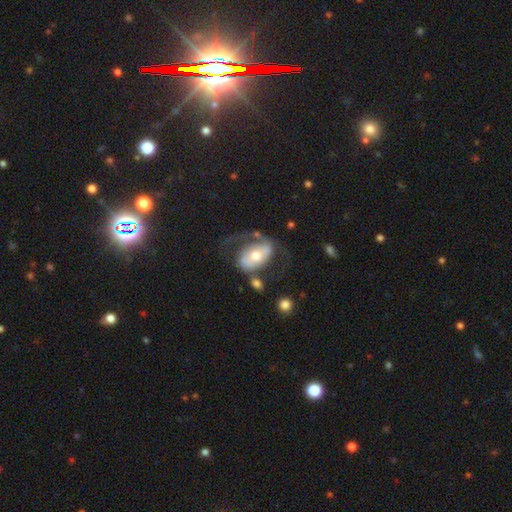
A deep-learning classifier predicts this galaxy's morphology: This is likely a featured or disk galaxy (67%). It is clearly not viewed edge-on (94%). Bar: marginally no (40%). Spiral arm pattern: likely yes (72%). Central bulge: likely moderate (65%). Merging: marginally none (42%).